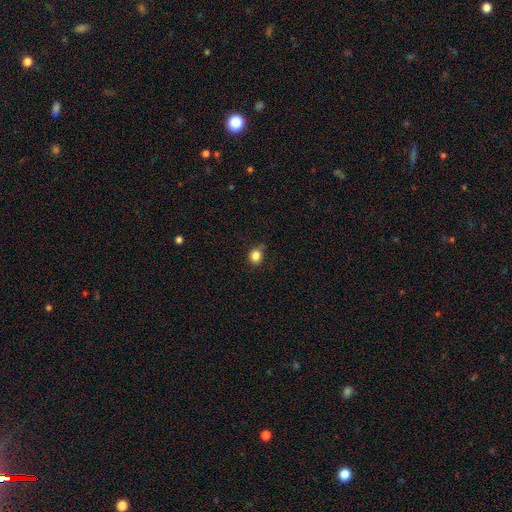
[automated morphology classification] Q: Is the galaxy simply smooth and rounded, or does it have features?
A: smooth — 84%.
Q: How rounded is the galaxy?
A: round — 72%.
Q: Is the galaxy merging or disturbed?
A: none — 68%.